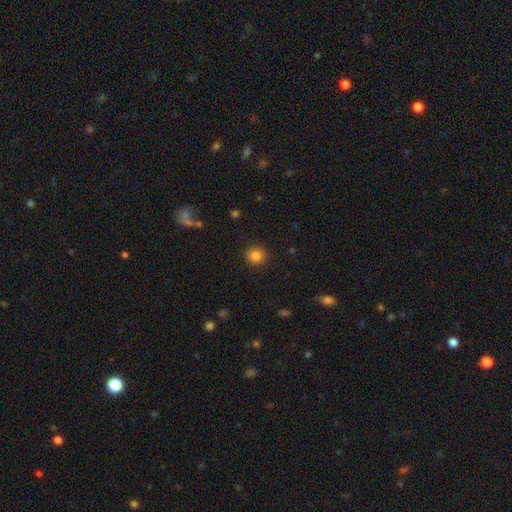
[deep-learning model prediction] Q: Smooth or featured?
A: smooth (85%); runner-up: star or artifact (11%)
Q: How rounded?
A: round (91%); runner-up: in between (8%)
Q: Merging?
A: none (90%); runner-up: minor disturbance (7%)